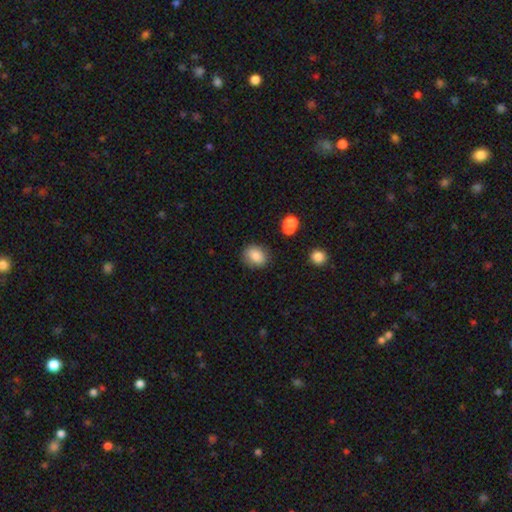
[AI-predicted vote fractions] Smooth or featured: smooth — 84% (star or artifact — 9%)
How rounded: in between — 51% (round — 48%)
Merging: none — 81% (minor disturbance — 13%)